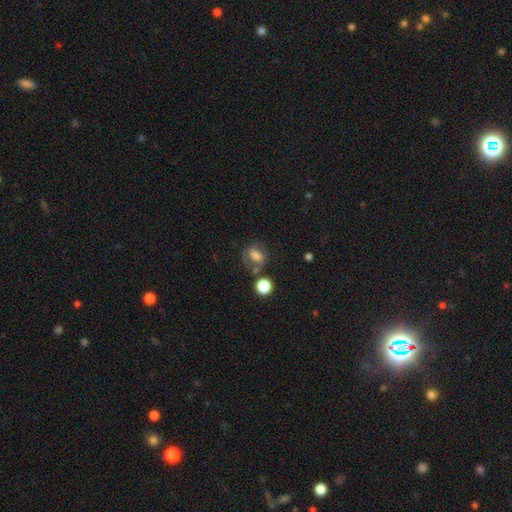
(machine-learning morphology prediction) smooth_or_featured: smooth (p=0.52) [alt: featured or disk p=0.35]
how_rounded: in between (p=0.56) [alt: round p=0.41]
merging: none (p=0.52) [alt: minor disturbance p=0.21]